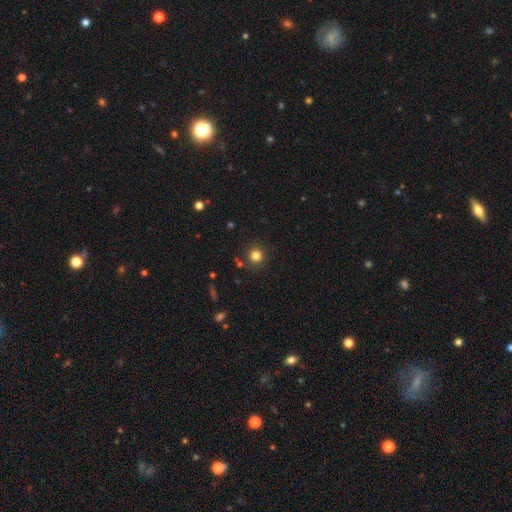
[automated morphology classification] smooth-or-featured: smooth: 82% | star or artifact: 13% | featured or disk: 5%
  how-rounded: round: 93% | in between: 6% | cigar-shaped: 1%
  merging: none: 86% | minor disturbance: 8% | merger: 3% | major disturbance: 3%